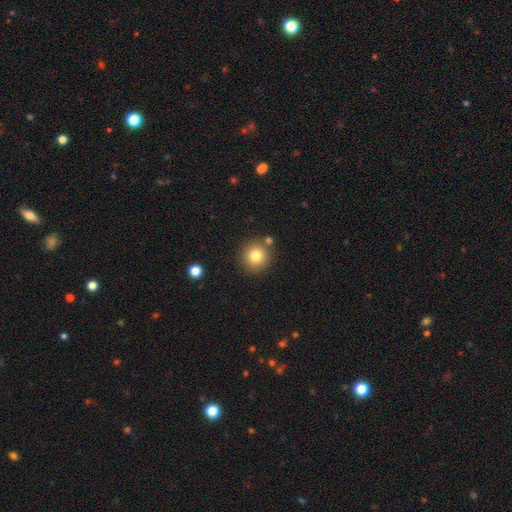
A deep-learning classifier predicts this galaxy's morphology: A smooth galaxy with no disk features (80%) that is round (93%). Merging: none (82%).